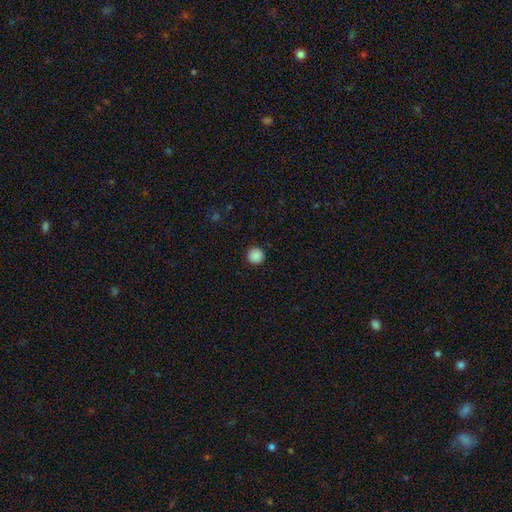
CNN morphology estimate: smooth 89%, star or artifact 9%, featured or disk 2%. Down the decision tree: how rounded — round (95%); merging — none (92%).